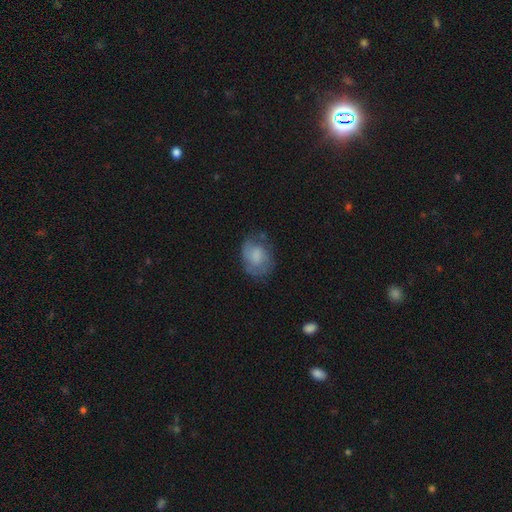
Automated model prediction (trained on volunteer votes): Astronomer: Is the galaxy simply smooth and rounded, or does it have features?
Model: smooth — 57% (runner-up: featured or disk, 35%).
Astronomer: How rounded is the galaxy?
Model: in between — 71%.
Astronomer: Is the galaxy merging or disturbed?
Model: none — 56%.